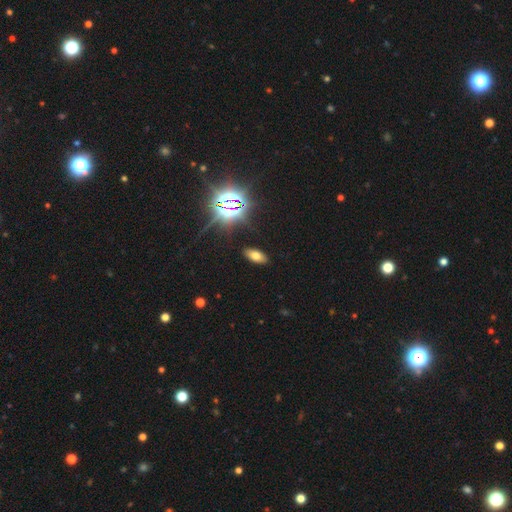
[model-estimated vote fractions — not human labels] Smooth or featured: smooth — 61% (star or artifact — 26%)
How rounded: in between — 90% (cigar-shaped — 6%)
Merging: none — 90% (minor disturbance — 7%)